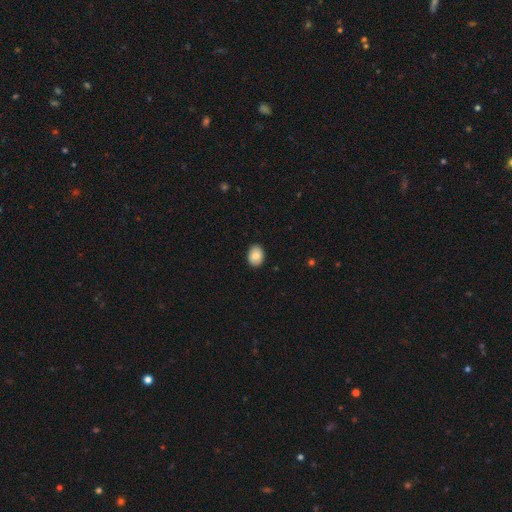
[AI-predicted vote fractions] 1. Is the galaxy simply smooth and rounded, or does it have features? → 81% smooth, 12% featured or disk, 7% star or artifact.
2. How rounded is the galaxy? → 63% in between, 36% round, 1% cigar-shaped.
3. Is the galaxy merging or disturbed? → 90% none, 7% minor disturbance, 2% major disturbance, 1% merger.